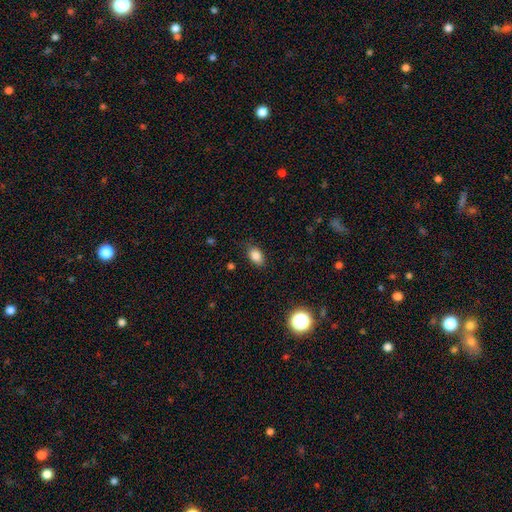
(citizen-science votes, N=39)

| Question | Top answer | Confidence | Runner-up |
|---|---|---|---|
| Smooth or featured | smooth | 90% | star or artifact (10%) |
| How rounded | in between | 86% | round (11%) |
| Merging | none | 77% | minor disturbance (17%) |